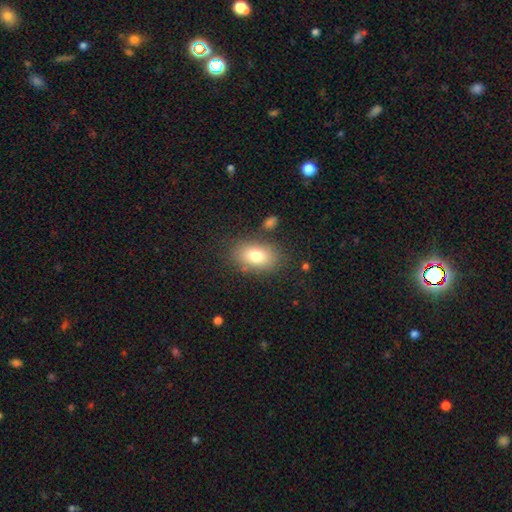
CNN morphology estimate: Smooth or featured? smooth (79%)
How rounded? in between (86%)
Merging? none (80%)